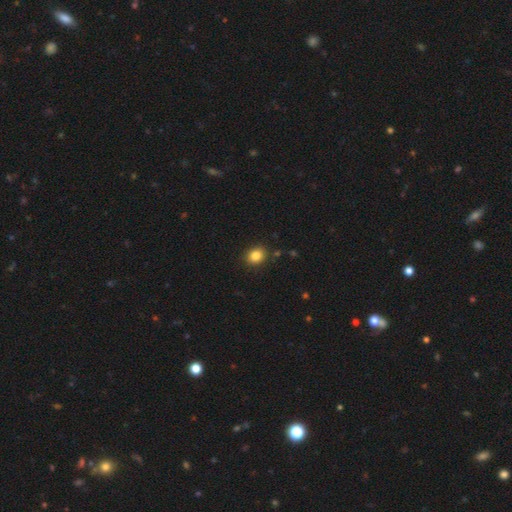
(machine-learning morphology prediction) Smooth or featured? Predicted: smooth (p=0.84). How rounded? Predicted: round (p=0.67). Merging? Predicted: none (p=0.88).